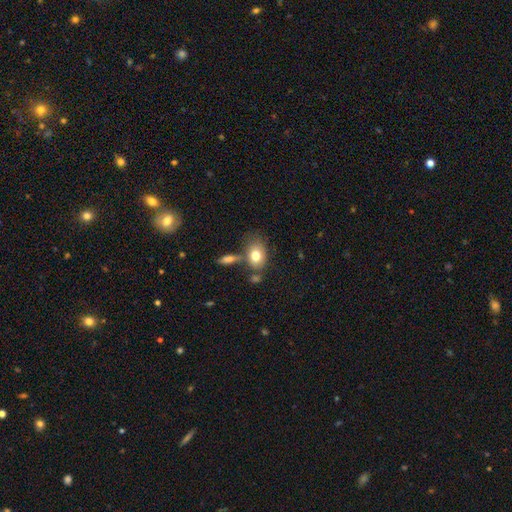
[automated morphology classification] A smooth galaxy with no disk features (76%) that is in between round and cigar-shaped (74%). Merging: none (58%).